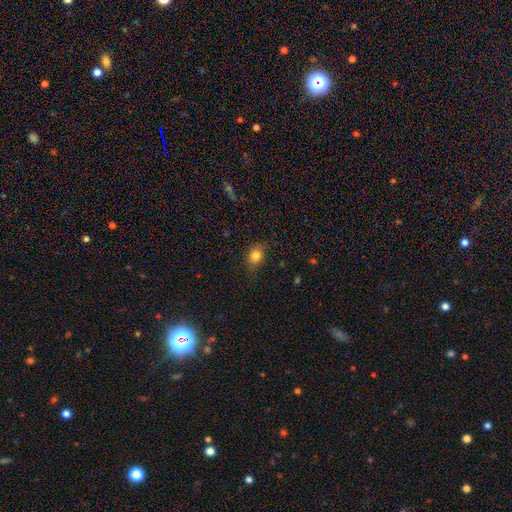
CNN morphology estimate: Smooth or featured?
  - smooth: 81% *
  - star or artifact: 11%
  - featured or disk: 8%
How rounded?
  - in between: 49% * (tied)
  - round: 49% * (tied)
  - cigar-shaped: 2%
Merging?
  - none: 76% *
  - minor disturbance: 18%
  - major disturbance: 4%
  - merger: 1%